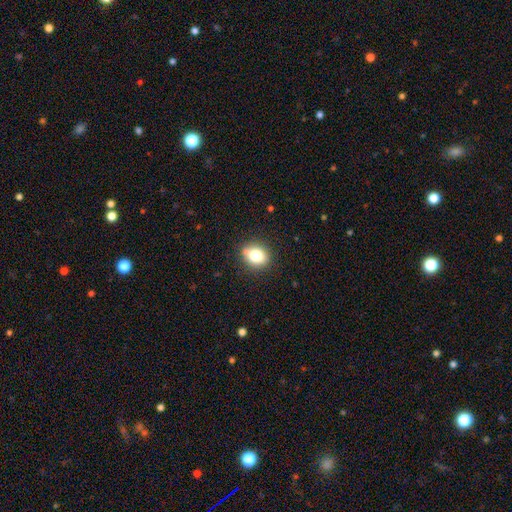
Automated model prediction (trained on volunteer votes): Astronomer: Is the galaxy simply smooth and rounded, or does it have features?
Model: smooth — 78%.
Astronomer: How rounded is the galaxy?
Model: round — 59% (runner-up: in between, 40%).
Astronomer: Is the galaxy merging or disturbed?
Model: none — 79%.